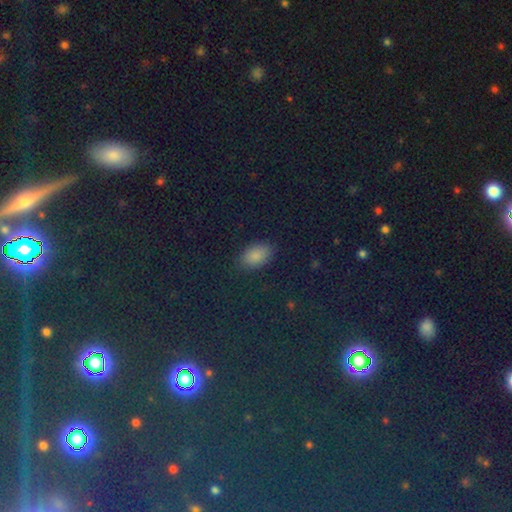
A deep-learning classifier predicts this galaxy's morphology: Smooth or featured? smooth (78%)
How rounded? in between (92%)
Merging? none (85%)